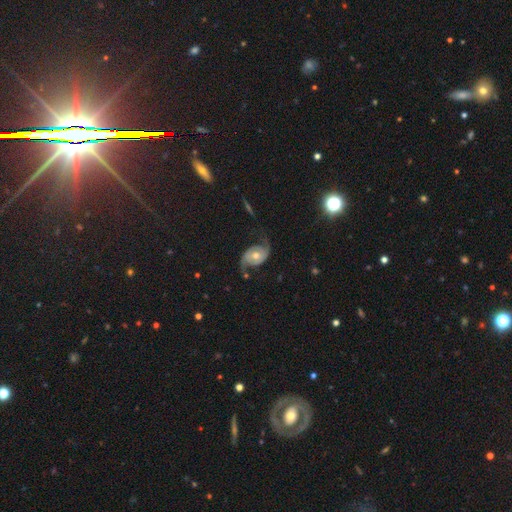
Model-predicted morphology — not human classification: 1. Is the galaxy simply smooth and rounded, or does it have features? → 80% featured or disk, 13% smooth, 7% star or artifact.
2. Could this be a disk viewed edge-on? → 97% no, 3% yes.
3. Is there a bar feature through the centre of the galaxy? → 69% no, 24% weak, 7% strong.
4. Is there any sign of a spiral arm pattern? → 93% yes, 7% no.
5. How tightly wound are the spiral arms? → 57% loose, 31% medium, 12% tight.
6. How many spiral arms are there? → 91% 2, 3% can't tell, 3% 1, 1% 3, 1% 4, 1% more than 4.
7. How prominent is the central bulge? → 70% moderate, 22% small, 5% large, 1% none, 1% dominant.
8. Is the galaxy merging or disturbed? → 63% none, 19% minor disturbance, 15% major disturbance, 3% merger.